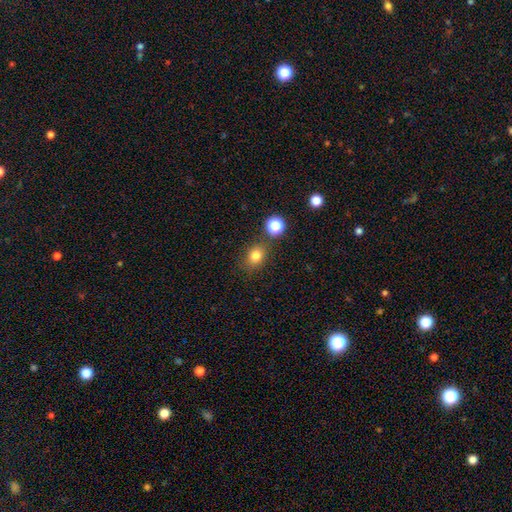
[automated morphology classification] Q: Smooth or featured?
A: smooth (80%); runner-up: star or artifact (13%)
Q: How rounded?
A: round (51%); runner-up: in between (48%)
Q: Merging?
A: none (77%); runner-up: minor disturbance (12%)